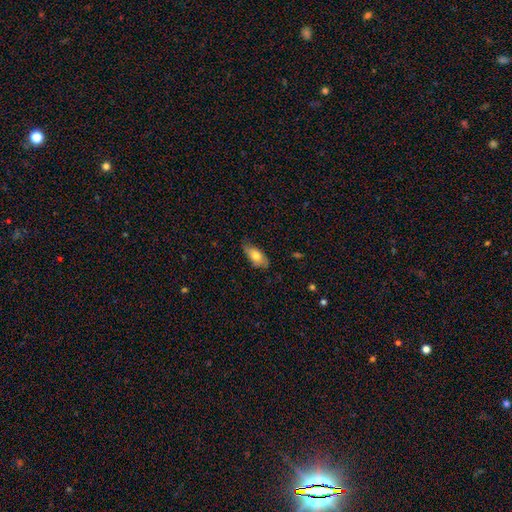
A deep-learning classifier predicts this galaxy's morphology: type=smooth (72%); roundness=in between (86%); merging=none (68%).